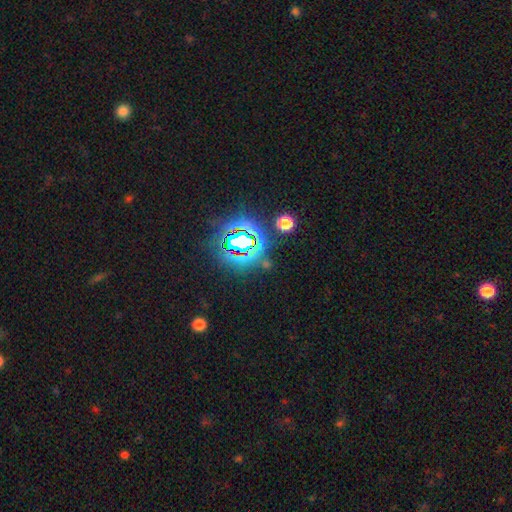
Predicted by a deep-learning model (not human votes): A star or artifact, not a galaxy (80%).

Vote fractions:
- Smooth or featured? star or artifact: 80% / smooth: 12% / featured or disk: 7%